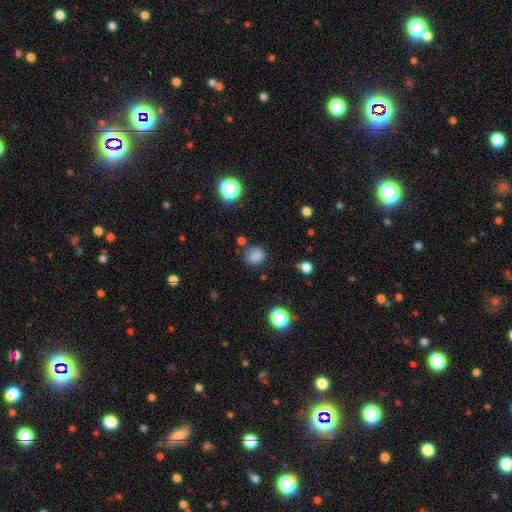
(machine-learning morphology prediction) A smooth galaxy with no disk features (80%) that is round (70%). Merging: none (73%).